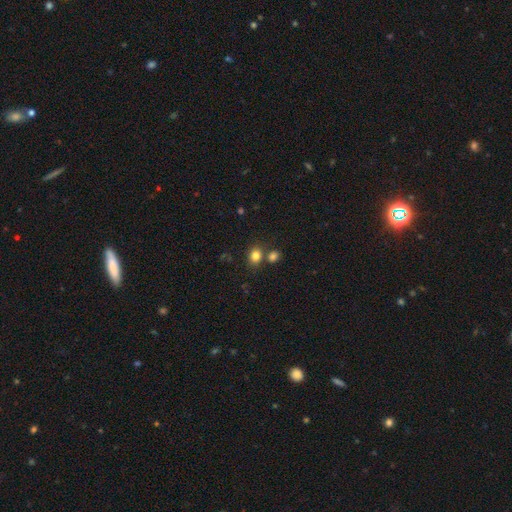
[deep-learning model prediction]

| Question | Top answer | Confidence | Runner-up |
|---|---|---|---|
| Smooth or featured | smooth | 82% | star or artifact (12%) |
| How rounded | round | 53% | in between (46%) |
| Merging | none | 65% | merger (21%) |